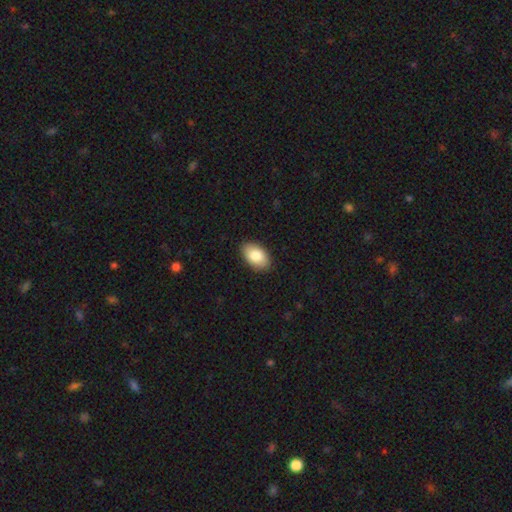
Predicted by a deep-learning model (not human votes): This is clearly a smooth galaxy (84%). How rounded: clearly in between (93%). Merging: clearly none (88%).